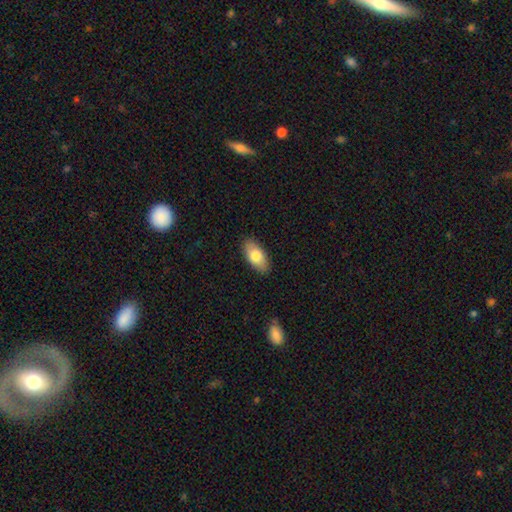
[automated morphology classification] Q: Smooth or featured?
A: smooth (79%); runner-up: featured or disk (15%)
Q: How rounded?
A: in between (91%); runner-up: cigar-shaped (6%)
Q: Merging?
A: none (88%); runner-up: minor disturbance (9%)